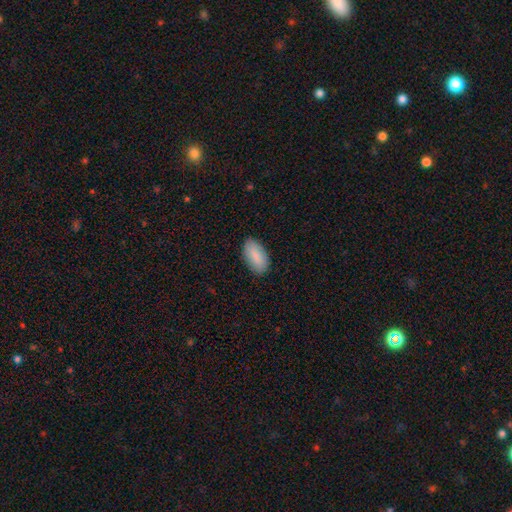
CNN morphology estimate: type=smooth (89%); roundness=in between (94%); merging=none (87%).